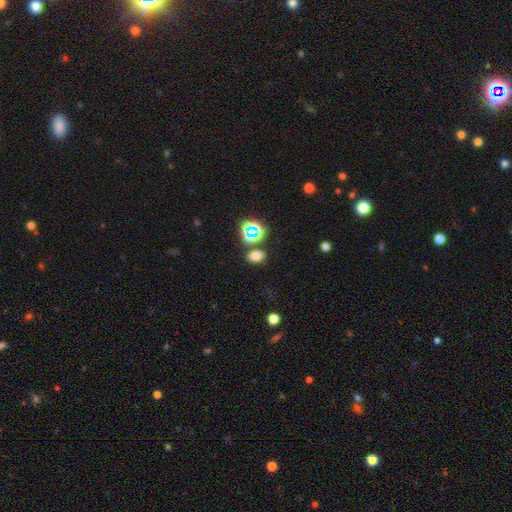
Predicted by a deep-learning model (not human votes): smooth 68%, star or artifact 24%, featured or disk 8%. Down the decision tree: how rounded — in between (72%); merging — none (77%).